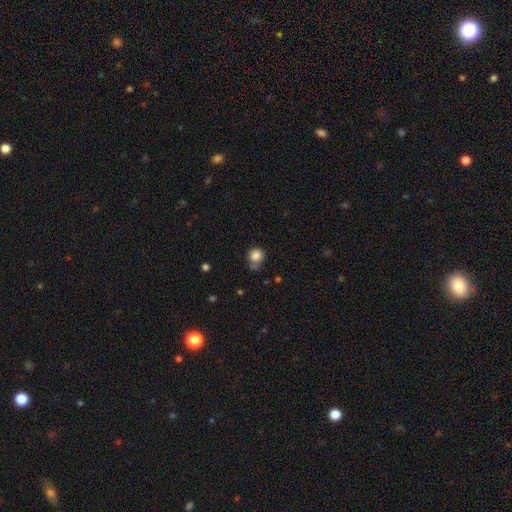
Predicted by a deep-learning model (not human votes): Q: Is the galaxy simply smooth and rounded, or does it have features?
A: smooth — 84%.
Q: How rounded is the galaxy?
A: round — 86%.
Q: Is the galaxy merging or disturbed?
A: none — 59%.